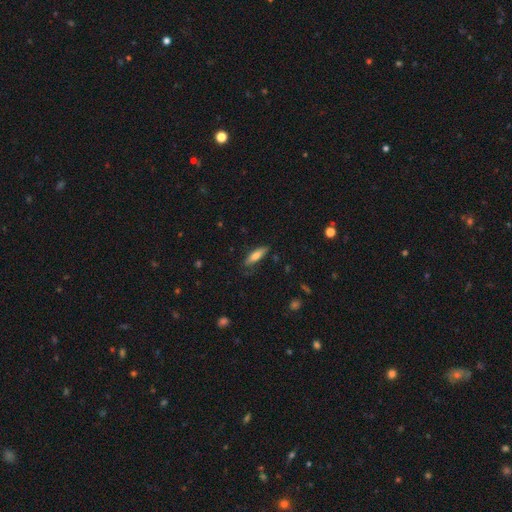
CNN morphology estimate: Smooth or featured? Predicted: smooth (p=0.71). How rounded? Predicted: cigar-shaped (p=0.55). Merging? Predicted: none (p=0.75).